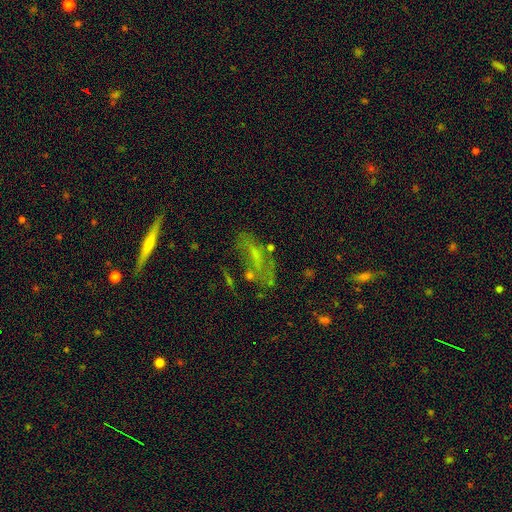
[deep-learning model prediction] A featured or disk galaxy (53%).

Vote fractions:
- Smooth or featured? featured or disk: 53% / smooth: 28% / star or artifact: 19%
- Edge-on disk? no: 80% / yes: 20%
- Merging? none: 46% / major disturbance: 24% / minor disturbance: 21% / merger: 9%